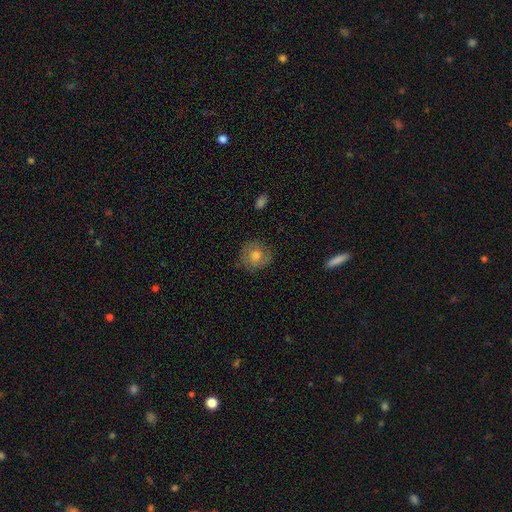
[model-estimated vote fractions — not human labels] smooth_or_featured: smooth (p=0.61) [alt: featured or disk p=0.29]
how_rounded: round (p=0.87) [alt: in between p=0.12]
merging: none (p=0.82) [alt: minor disturbance p=0.13]